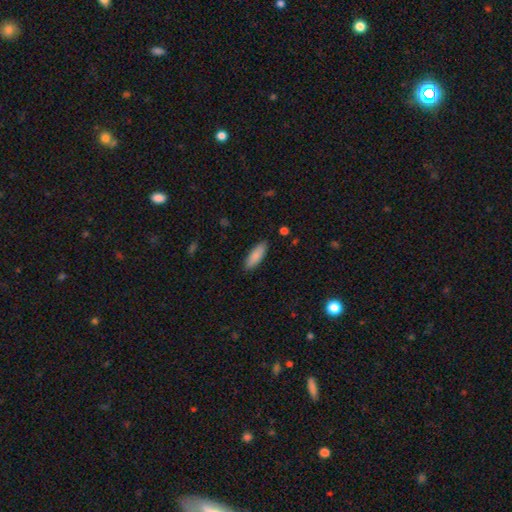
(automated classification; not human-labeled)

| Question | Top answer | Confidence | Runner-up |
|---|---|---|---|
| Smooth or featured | smooth | 87% | featured or disk (7%) |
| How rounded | in between | 65% | cigar-shaped (34%) |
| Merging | none | 87% | minor disturbance (10%) |